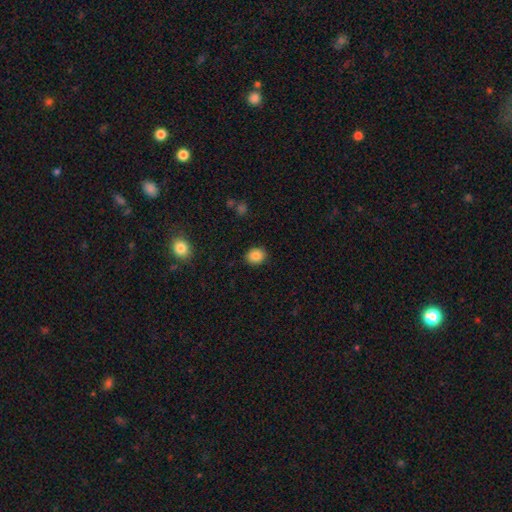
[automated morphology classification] Q: Smooth or featured?
A: smooth (86%); runner-up: star or artifact (9%)
Q: How rounded?
A: round (67%); runner-up: in between (32%)
Q: Merging?
A: none (89%); runner-up: minor disturbance (7%)